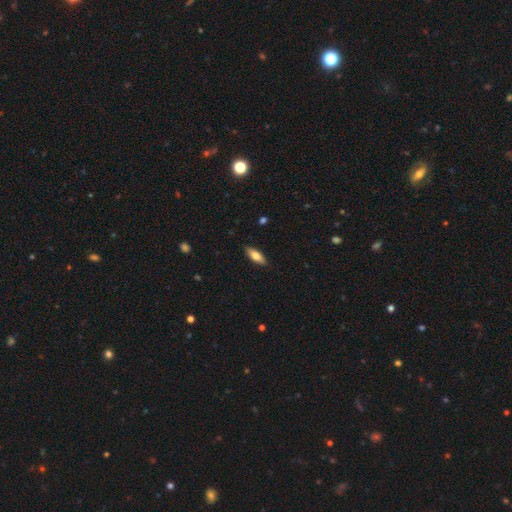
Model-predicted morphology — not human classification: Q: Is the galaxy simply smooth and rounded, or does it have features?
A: smooth — 74%.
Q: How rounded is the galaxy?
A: in between — 70%.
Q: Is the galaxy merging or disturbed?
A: none — 88%.